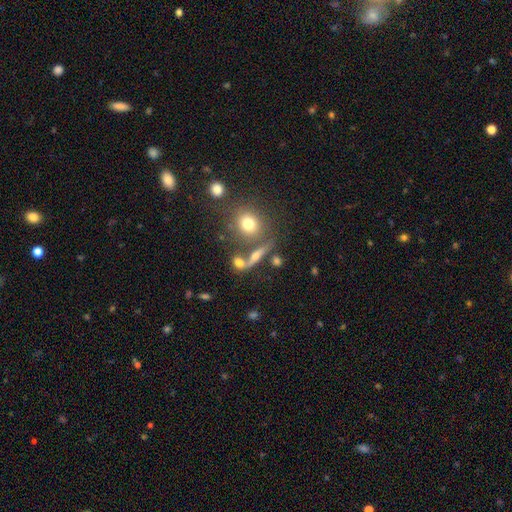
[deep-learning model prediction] The model was most divided on "smooth or featured": smooth: 43%, featured or disk: 42%, star or artifact: 16%. More confident: merging — none (55%).